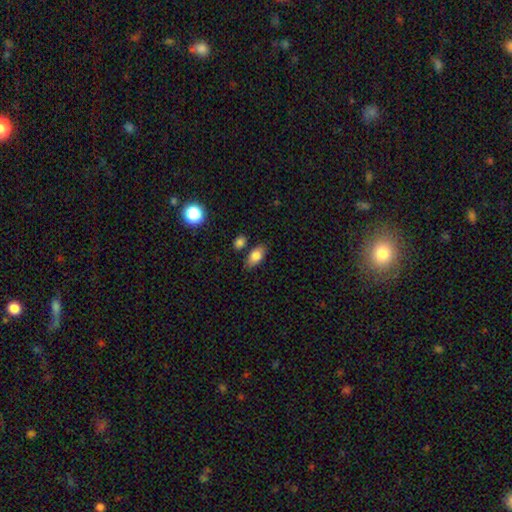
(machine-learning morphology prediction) A smooth galaxy with no disk features (82%) that is in between round and cigar-shaped (90%).

Vote fractions:
- Smooth or featured? smooth: 82% / featured or disk: 11% / star or artifact: 8%
- How rounded? in between: 90% / round: 6% / cigar-shaped: 4%
- Merging? none: 77% / minor disturbance: 14% / merger: 6% / major disturbance: 3%